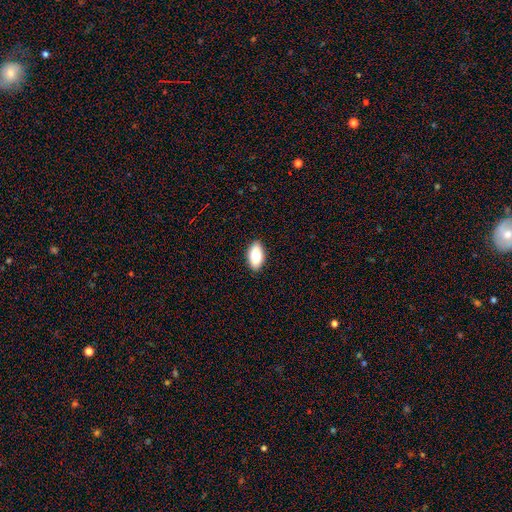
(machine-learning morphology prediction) A smooth galaxy with no disk features (82%) that is in between round and cigar-shaped (93%).

Vote fractions:
- Smooth or featured? smooth: 82% / featured or disk: 11% / star or artifact: 7%
- How rounded? in between: 93% / cigar-shaped: 4% / round: 3%
- Merging? none: 90% / minor disturbance: 8% / major disturbance: 2% / merger: 1%